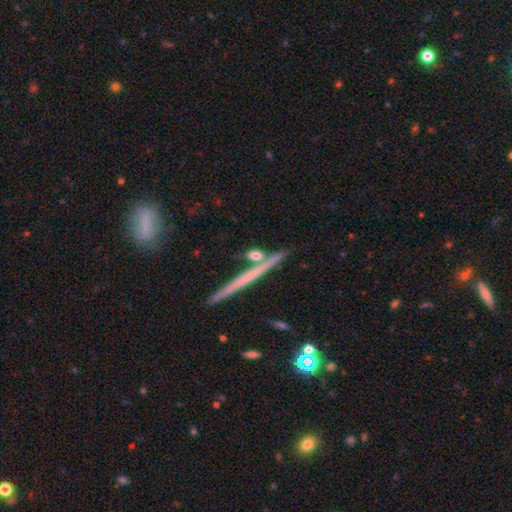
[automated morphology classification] The model was most divided on "smooth or featured": smooth: 59%, featured or disk: 32%, star or artifact: 9%. More confident: merging — none (66%); how rounded — cigar-shaped (59%).